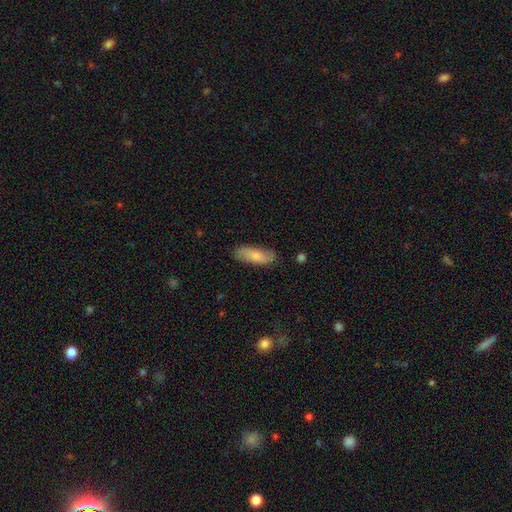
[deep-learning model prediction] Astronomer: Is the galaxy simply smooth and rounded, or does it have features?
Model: smooth — 63%.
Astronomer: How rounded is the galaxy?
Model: in between — 70%.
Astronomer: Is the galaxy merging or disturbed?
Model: none — 78%.